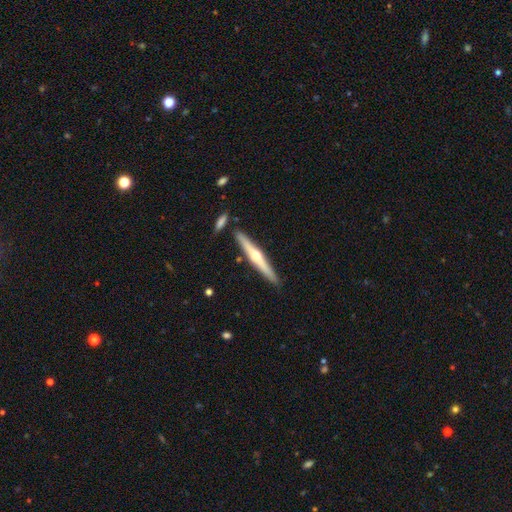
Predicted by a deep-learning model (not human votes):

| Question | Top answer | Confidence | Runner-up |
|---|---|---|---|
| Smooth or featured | featured or disk | 67% | smooth (28%) |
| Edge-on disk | yes | 97% | no (3%) |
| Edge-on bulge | rounded | 89% | none (8%) |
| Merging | none | 87% | minor disturbance (8%) |